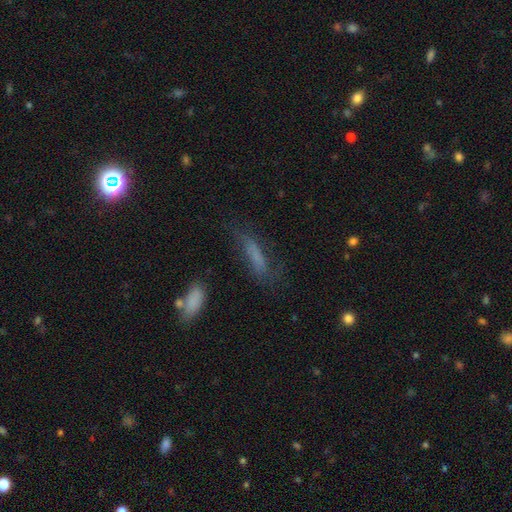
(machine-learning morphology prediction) Smooth or featured: smooth — 58% (featured or disk — 27%)
How rounded: cigar-shaped — 62% (in between — 34%)
Merging: none — 55% (minor disturbance — 24%)